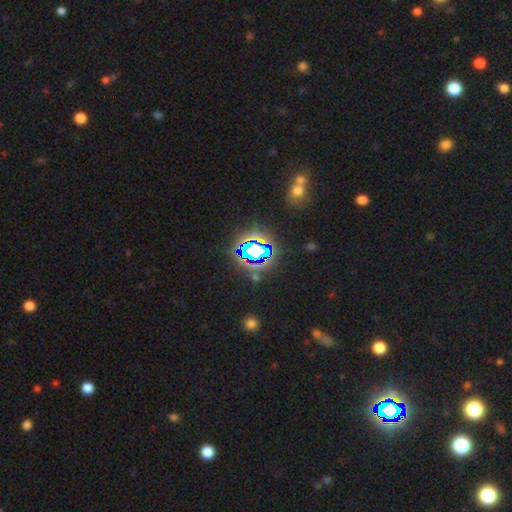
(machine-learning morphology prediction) star or artifact 73%, smooth 16%, featured or disk 11%.